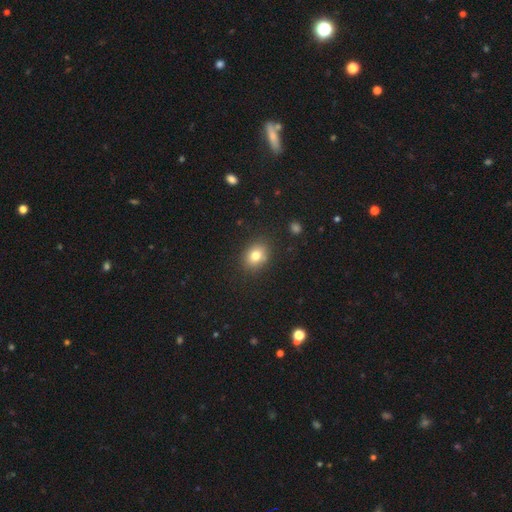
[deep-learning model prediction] A smooth galaxy with no disk features (79%) that is in between round and cigar-shaped (51%).

Vote fractions:
- Smooth or featured? smooth: 79% / star or artifact: 11% / featured or disk: 10%
- How rounded? in between: 51% / round: 48% / cigar-shaped: 1%
- Merging? none: 85% / minor disturbance: 10% / major disturbance: 3% / merger: 2%